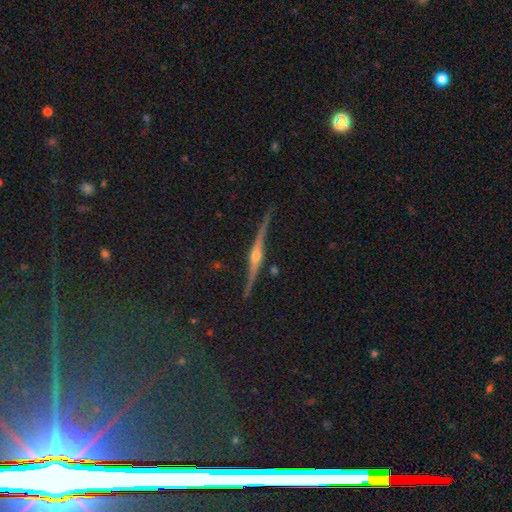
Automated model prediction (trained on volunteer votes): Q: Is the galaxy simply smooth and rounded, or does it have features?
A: featured or disk — 85%.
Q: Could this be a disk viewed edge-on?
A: yes — 97%.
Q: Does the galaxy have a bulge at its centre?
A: rounded — 92%.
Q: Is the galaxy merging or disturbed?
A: none — 85%.